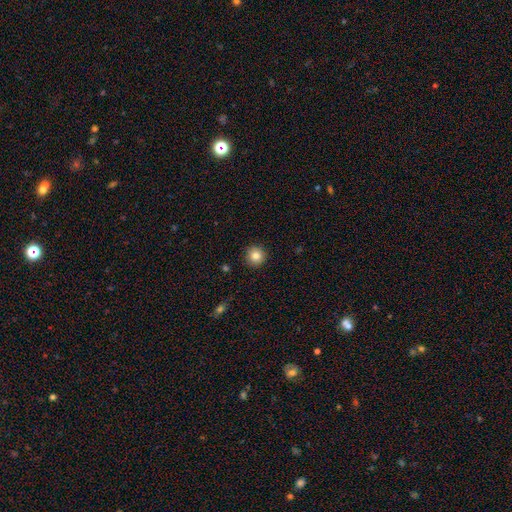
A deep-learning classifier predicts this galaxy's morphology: Smooth or featured?
  - smooth: 83% *
  - star or artifact: 10%
  - featured or disk: 7%
How rounded?
  - round: 95% *
  - in between: 4%
  - cigar-shaped: 1%
Merging?
  - none: 92% *
  - minor disturbance: 6%
  - major disturbance: 2%
  - merger: 1%